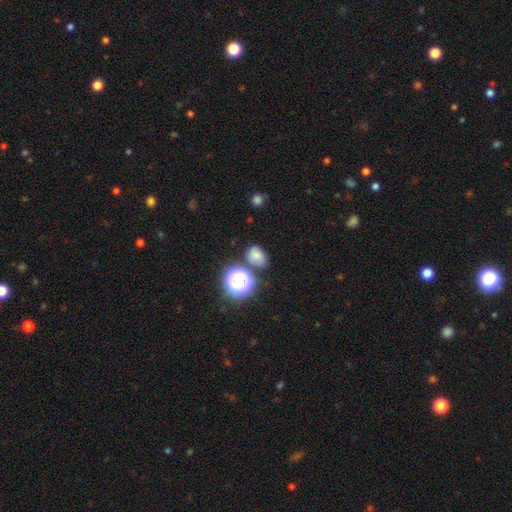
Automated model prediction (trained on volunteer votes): Morphology: type=smooth (71%); roundness=in between (60%); merging=none (64%).